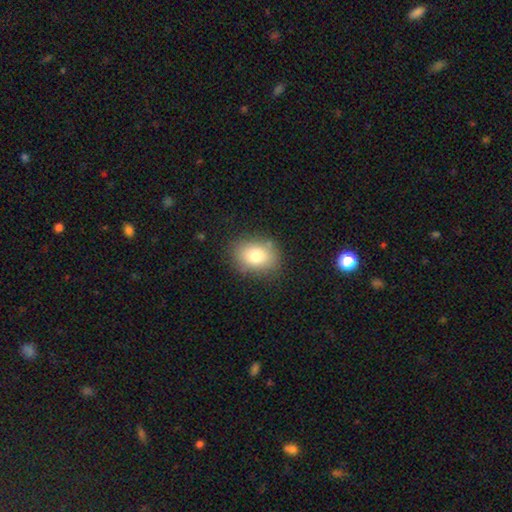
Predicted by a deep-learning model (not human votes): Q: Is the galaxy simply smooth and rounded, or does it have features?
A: smooth — 79%.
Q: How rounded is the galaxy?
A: in between — 58%.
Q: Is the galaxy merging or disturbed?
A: none — 82%.